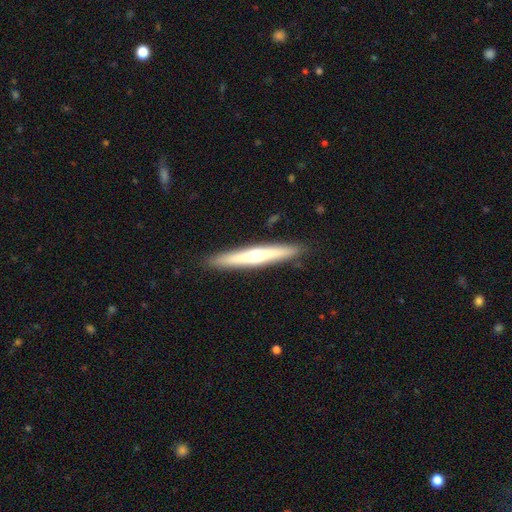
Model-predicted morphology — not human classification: The model was most divided on "smooth or featured": featured or disk: 50%, smooth: 45%, star or artifact: 5%. More confident: edge-on disk — yes (95%); merging — none (90%).